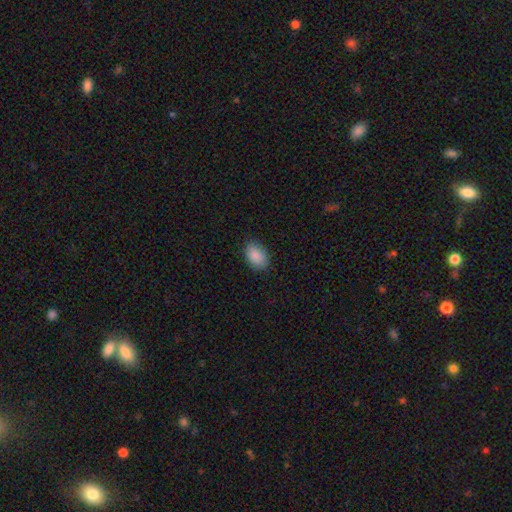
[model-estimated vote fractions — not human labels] Morphology: type=smooth (89%); roundness=in between (87%); merging=none (84%).